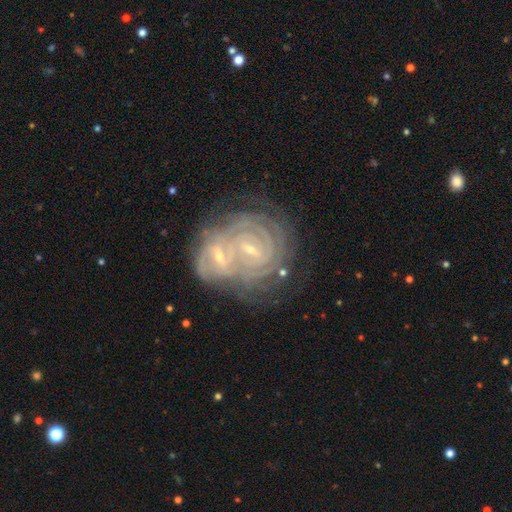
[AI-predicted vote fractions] Smooth or featured? featured or disk (56%)
Edge-on disk? no (95%)
Bar? no (70%)
Spiral arms? yes (58%)
Bulge size? small (72%)
Merging? none (51%)